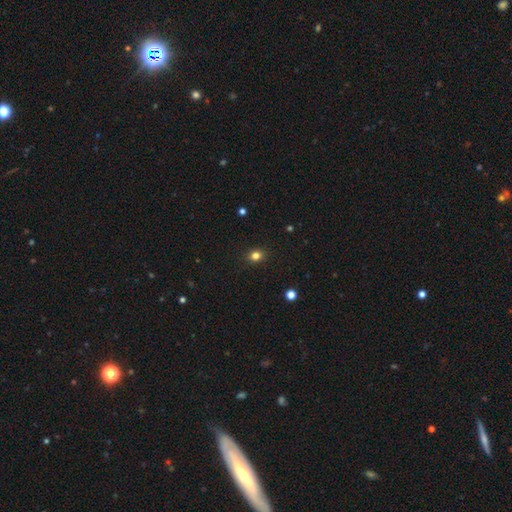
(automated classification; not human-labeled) This is clearly a smooth galaxy (81%). How rounded: likely round (66%). Merging: clearly none (89%).